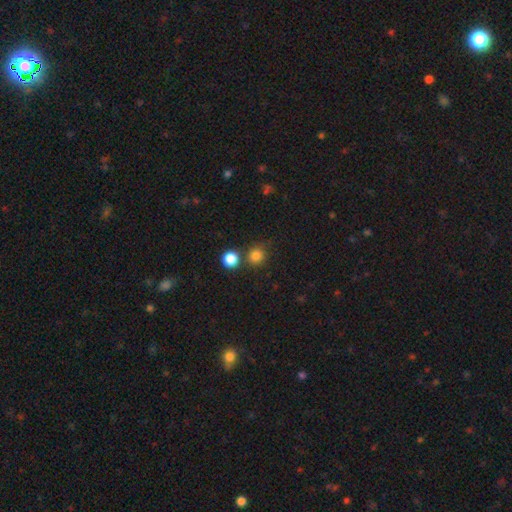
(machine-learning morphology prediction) A smooth galaxy with no disk features (82%) that is round (89%).

Vote fractions:
- Smooth or featured? smooth: 82% / star or artifact: 13% / featured or disk: 5%
- How rounded? round: 89% / in between: 10% / cigar-shaped: 1%
- Merging? none: 72% / merger: 15% / minor disturbance: 10% / major disturbance: 4%